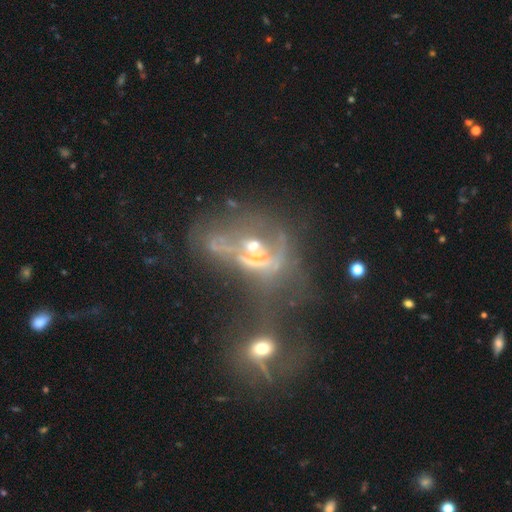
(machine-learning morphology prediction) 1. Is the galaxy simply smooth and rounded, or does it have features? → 59% featured or disk, 24% star or artifact, 17% smooth.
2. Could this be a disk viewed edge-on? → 92% no, 8% yes.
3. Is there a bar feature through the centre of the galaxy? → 80% no, 13% weak, 7% strong.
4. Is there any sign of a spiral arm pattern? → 75% no, 25% yes.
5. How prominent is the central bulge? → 35% moderate, 30% small, 26% none, 6% large, 3% dominant.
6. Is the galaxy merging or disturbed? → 45% merger, 32% major disturbance, 15% none, 9% minor disturbance.